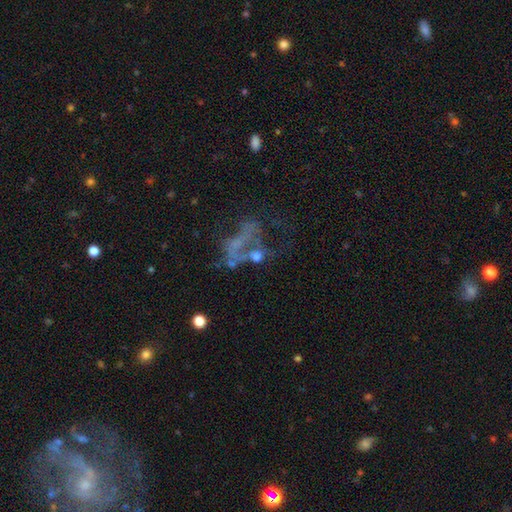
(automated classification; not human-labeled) Smooth or featured: featured or disk — 55% (smooth — 23%)
Edge-on disk: no — 96% (yes — 4%)
Bar: no — 86% (weak — 10%)
Spiral arms: no — 84% (yes — 16%)
Bulge size: none — 68% (small — 16%)
Merging: major disturbance — 42% (none — 25%)